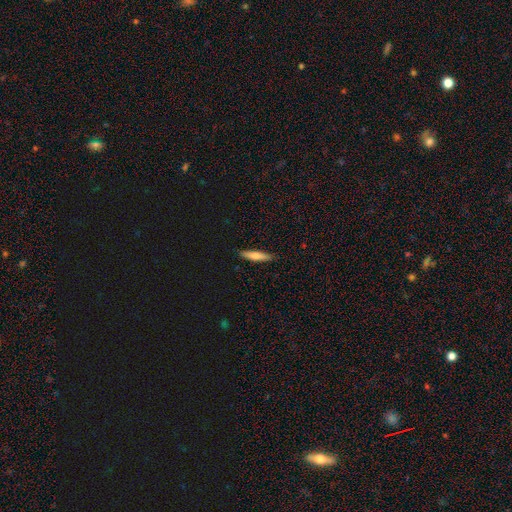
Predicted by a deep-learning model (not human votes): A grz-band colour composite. It shows a smooth galaxy with no disk features (73%) that is cigar-shaped (85%). Merging: none (89%).